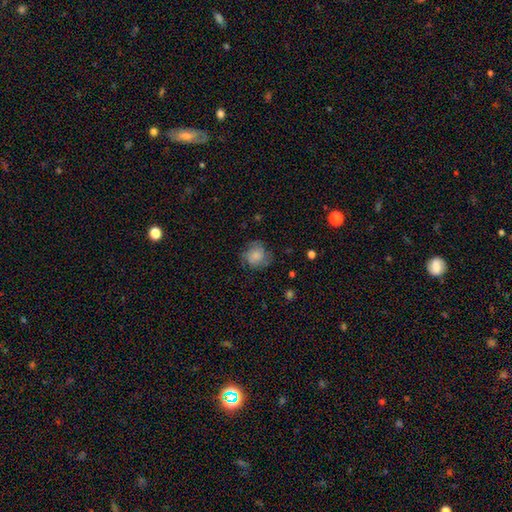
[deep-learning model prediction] smooth_or_featured: smooth (p=0.73) [alt: featured or disk p=0.18]
how_rounded: round (p=0.80) [alt: in between p=0.19]
merging: none (p=0.66) [alt: minor disturbance p=0.23]